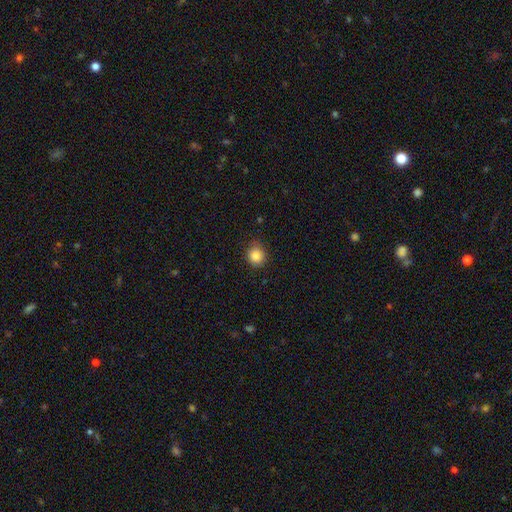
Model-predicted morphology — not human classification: smooth 85%, star or artifact 10%, featured or disk 5%. Down the decision tree: how rounded — round (84%); merging — none (84%).